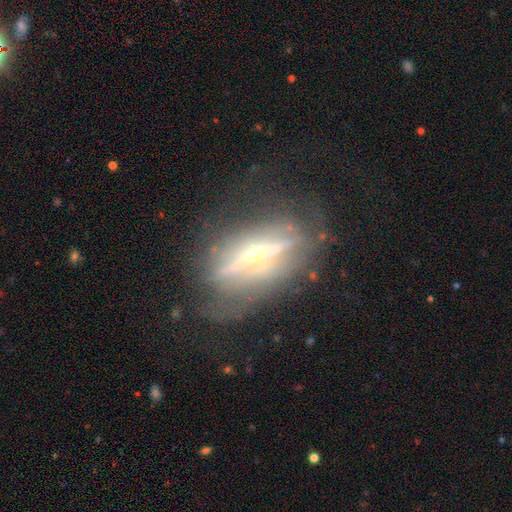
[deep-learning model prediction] Morphology: type=featured or disk (78%); edge-on=yes (78%); edge-on bulge=rounded (87%); merging=none (63%).